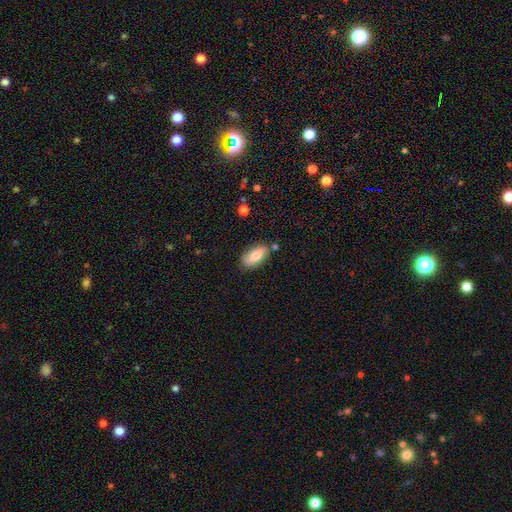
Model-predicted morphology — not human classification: Smooth or featured? Predicted: smooth (p=0.71). How rounded? Predicted: in between (p=0.87). Merging? Predicted: none (p=0.80).